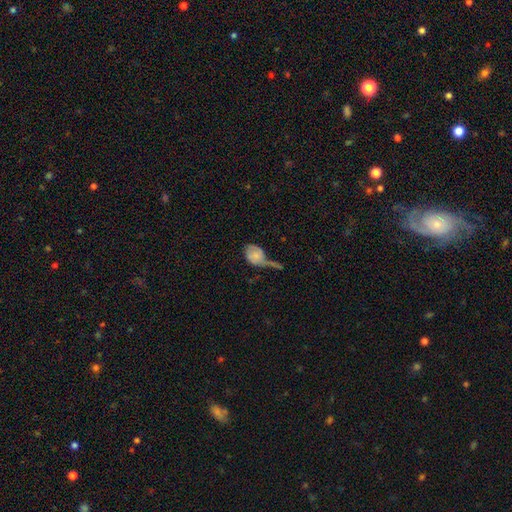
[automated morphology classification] This is possibly a smooth galaxy (58%). How rounded: likely in between (68%). Merging: marginally major disturbance (30%).